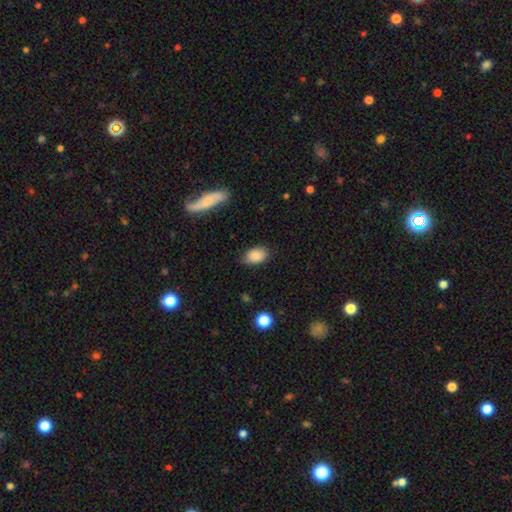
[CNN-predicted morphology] This appears to be a smooth galaxy with no disk features (86%) that is in between round and cigar-shaped (88%). Merging: none (81%).